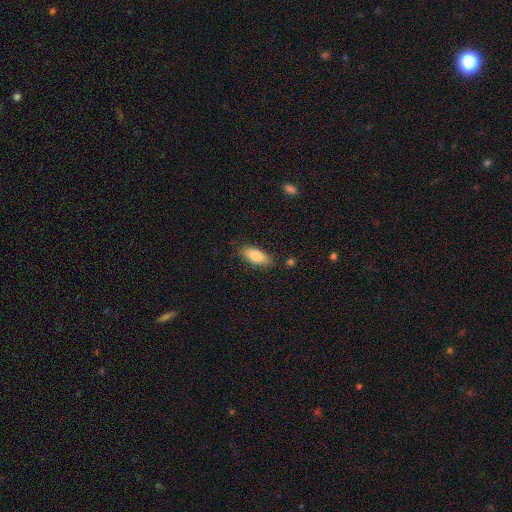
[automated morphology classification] This appears to be a smooth galaxy with no disk features (82%) that is in between round and cigar-shaped (82%). Merging: none (84%).